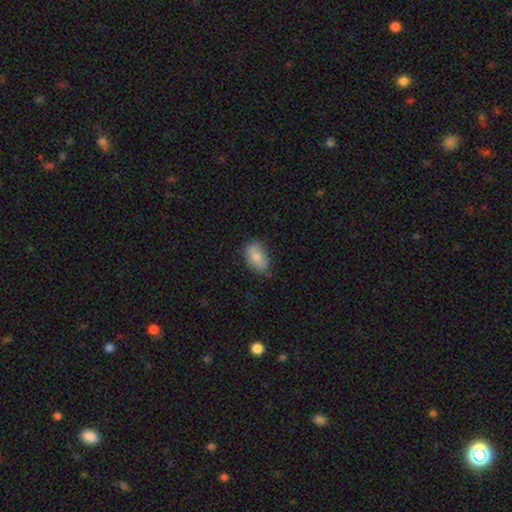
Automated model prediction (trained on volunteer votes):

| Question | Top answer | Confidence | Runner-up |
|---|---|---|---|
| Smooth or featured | smooth | 79% | featured or disk (14%) |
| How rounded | in between | 90% | round (9%) |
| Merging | none | 68% | minor disturbance (26%) |